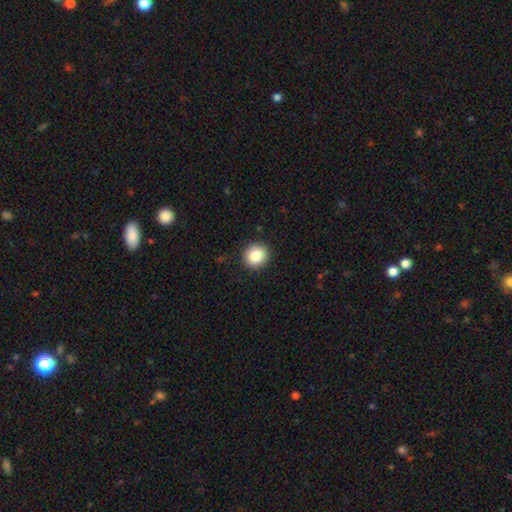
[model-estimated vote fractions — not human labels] A smooth galaxy with no disk features (86%) that is round (88%). Merging: none (91%).